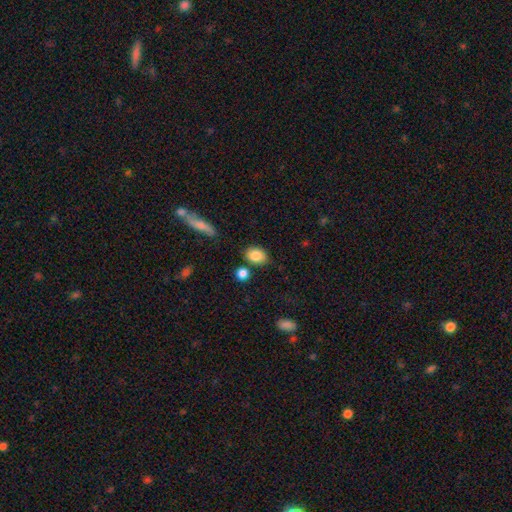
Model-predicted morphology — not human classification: A smooth galaxy with no disk features (85%) that is in between round and cigar-shaped (69%).

Vote fractions:
- Smooth or featured? smooth: 85% / star or artifact: 8% / featured or disk: 7%
- How rounded? in between: 69% / round: 30% / cigar-shaped: 2%
- Merging? none: 76% / minor disturbance: 13% / merger: 8% / major disturbance: 3%